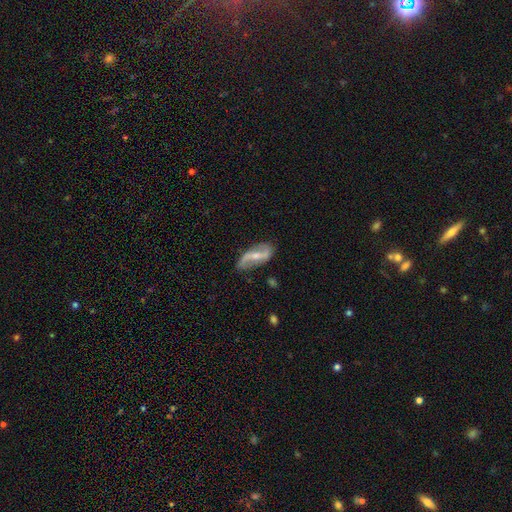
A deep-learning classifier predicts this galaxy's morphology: A featured or disk galaxy (79%) with a strong bar (40%), 2 (91%) loose (76%) spiral arms (90%) and a small central bulge (50%). Merging: none (74%).